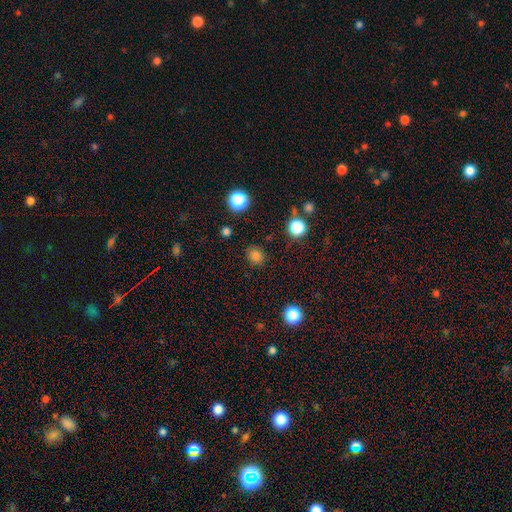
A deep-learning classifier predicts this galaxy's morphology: This is clearly a smooth galaxy (81%). How rounded: likely round (74%). Merging: clearly none (86%).